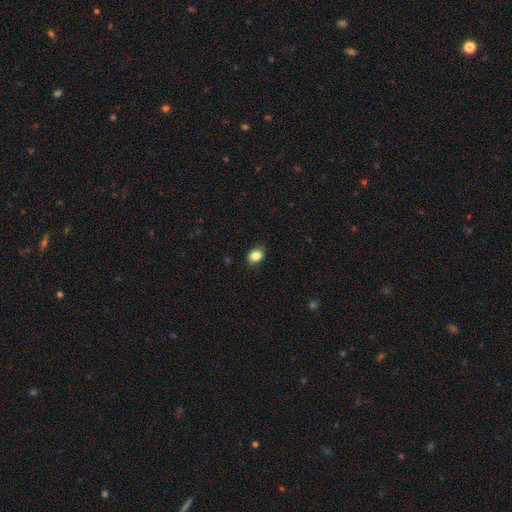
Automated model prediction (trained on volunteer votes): Smooth or featured?
  - smooth: 85% *
  - star or artifact: 10%
  - featured or disk: 5%
How rounded?
  - in between: 54% *
  - round: 45%
  - cigar-shaped: 1%
Merging?
  - none: 84% *
  - minor disturbance: 12%
  - major disturbance: 2%
  - merger: 1%